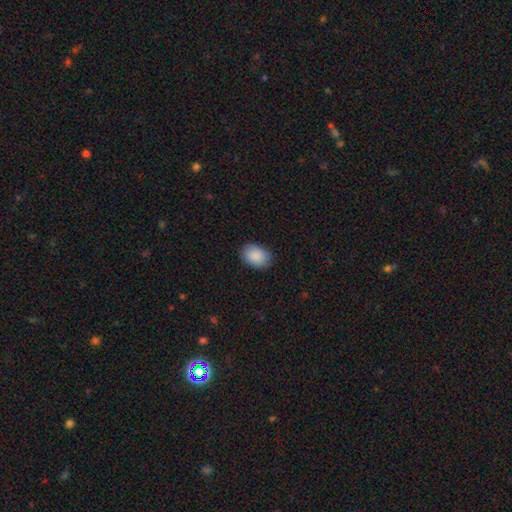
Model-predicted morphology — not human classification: smooth_or_featured: smooth (p=0.90) [alt: star or artifact p=0.06]
how_rounded: in between (p=0.80) [alt: round p=0.19]
merging: none (p=0.87) [alt: minor disturbance p=0.10]